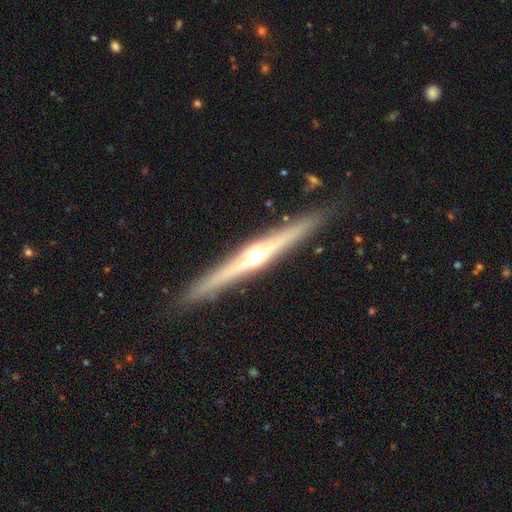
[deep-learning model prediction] The model was most divided on "smooth or featured": featured or disk: 77%, smooth: 17%, star or artifact: 6%. More confident: edge-on disk — yes (98%); edge-on bulge — rounded (91%); merging — none (90%).